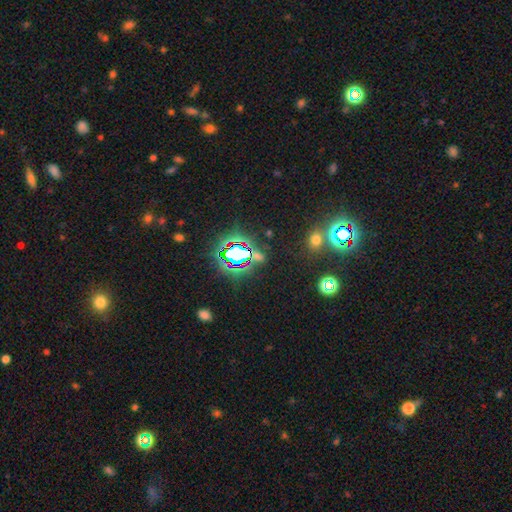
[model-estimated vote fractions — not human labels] This appears to be a star or artifact, not a galaxy (70%).